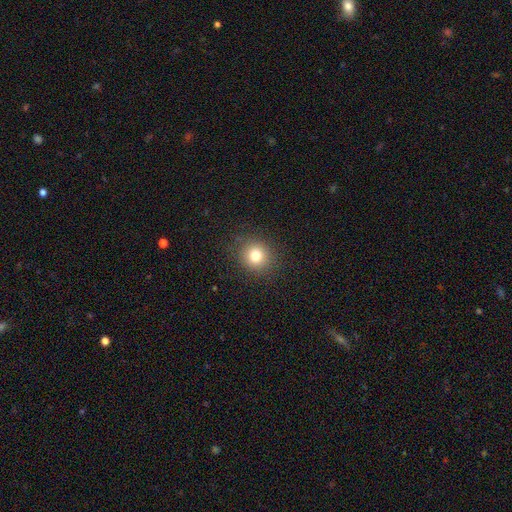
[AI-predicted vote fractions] A smooth galaxy with no disk features (78%) that is round (90%). Merging: none (89%).